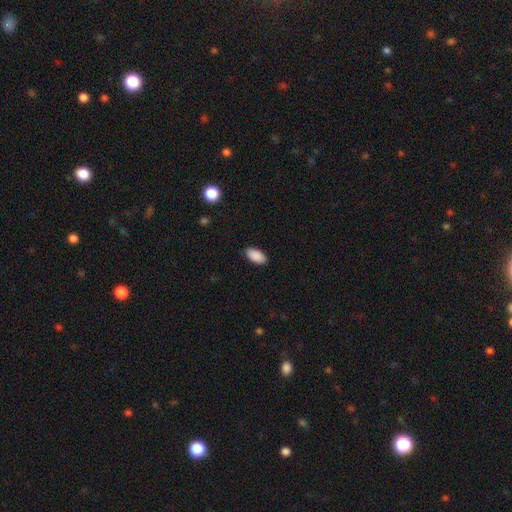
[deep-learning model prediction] A smooth galaxy with no disk features (90%) that is in between round and cigar-shaped (95%).

Vote fractions:
- Smooth or featured? smooth: 90% / star or artifact: 7% / featured or disk: 3%
- How rounded? in between: 95% / cigar-shaped: 3% / round: 2%
- Merging? none: 88% / minor disturbance: 9% / major disturbance: 2% / merger: 1%